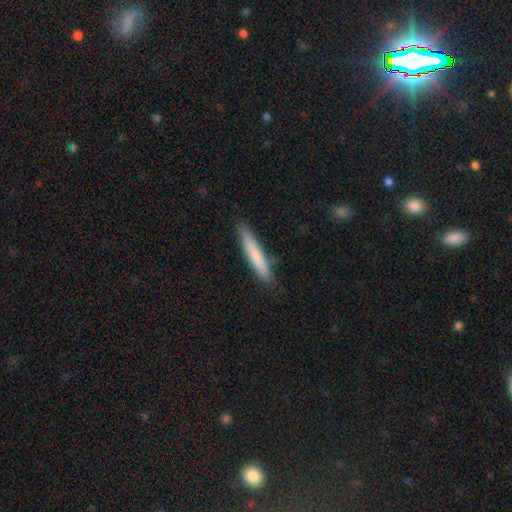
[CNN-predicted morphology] Smooth or featured?
  - smooth: 77% *
  - featured or disk: 18%
  - star or artifact: 6%
How rounded?
  - cigar-shaped: 94% *
  - in between: 4%
  - round: 1%
Merging?
  - none: 88% *
  - minor disturbance: 9%
  - major disturbance: 2%
  - merger: 1%